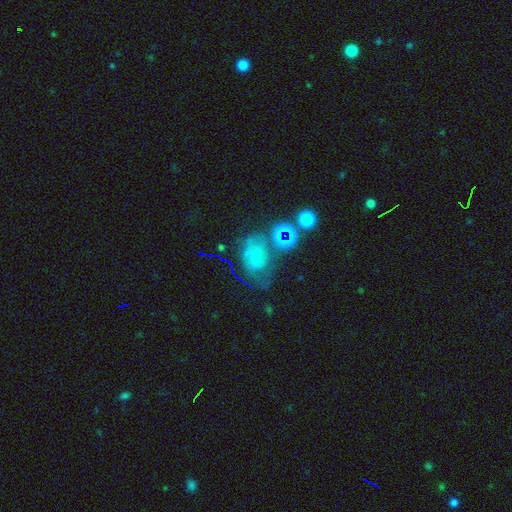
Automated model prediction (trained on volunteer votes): A featured or disk galaxy (39%).

Vote fractions:
- Smooth or featured? featured or disk: 39% / smooth: 38% / star or artifact: 23%
- Merging? none: 40% / minor disturbance: 26% / major disturbance: 24% / merger: 10%